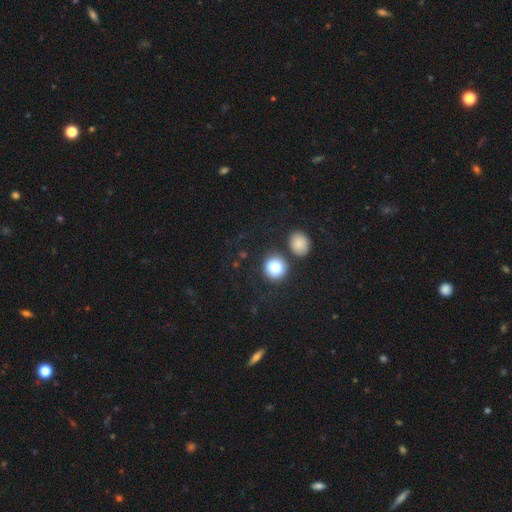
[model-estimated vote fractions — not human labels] This appears to be a star or artifact, not a galaxy (47%).